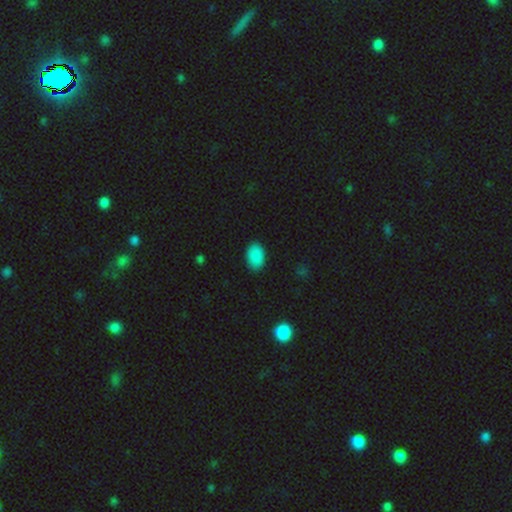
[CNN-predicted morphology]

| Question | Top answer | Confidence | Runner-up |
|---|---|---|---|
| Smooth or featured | smooth | 88% | star or artifact (9%) |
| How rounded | in between | 89% | round (10%) |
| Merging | none | 87% | minor disturbance (10%) |